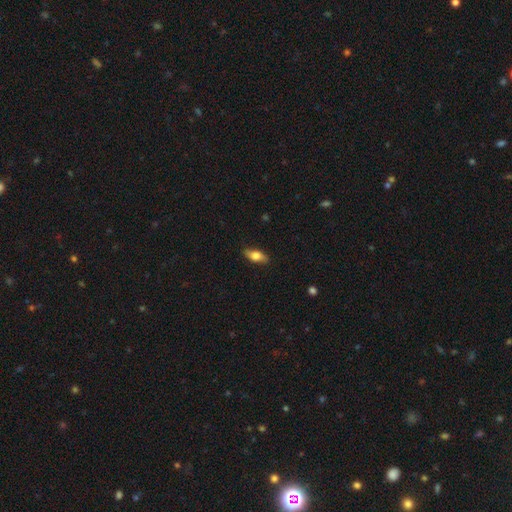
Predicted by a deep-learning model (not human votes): A smooth galaxy with no disk features (68%) that is in between round and cigar-shaped (77%).

Vote fractions:
- Smooth or featured? smooth: 68% / featured or disk: 25% / star or artifact: 7%
- How rounded? in between: 77% / cigar-shaped: 19% / round: 4%
- Merging? none: 84% / minor disturbance: 13% / major disturbance: 3% / merger: 1%